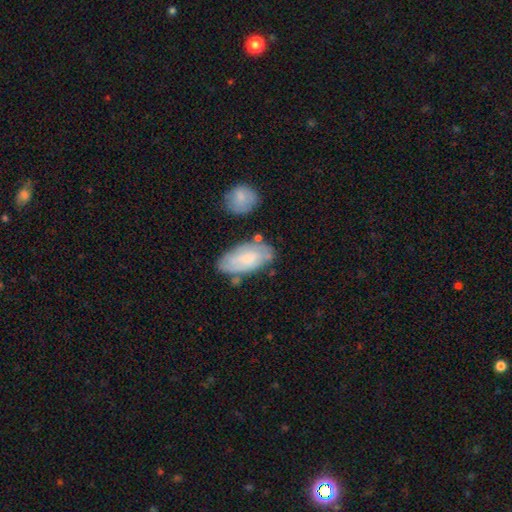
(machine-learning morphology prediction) Smooth or featured?
  - smooth: 64% *
  - featured or disk: 30%
  - star or artifact: 6%
How rounded?
  - in between: 91% *
  - cigar-shaped: 6%
  - round: 2%
Merging?
  - none: 67% *
  - minor disturbance: 20%
  - merger: 7%
  - major disturbance: 5%